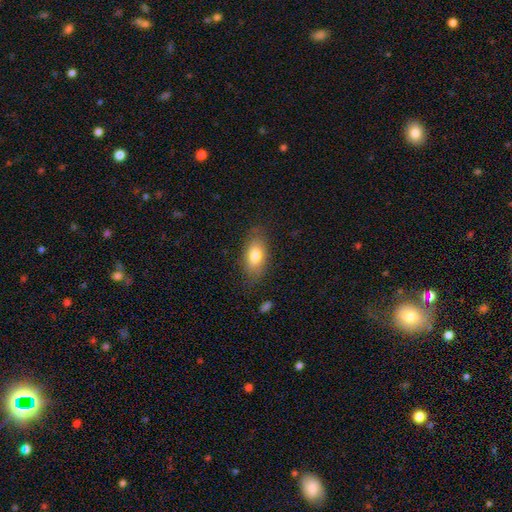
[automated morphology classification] smooth_or_featured: smooth (p=0.77) [alt: featured or disk p=0.15]
how_rounded: in between (p=0.87) [alt: cigar-shaped p=0.07]
merging: none (p=0.79) [alt: minor disturbance p=0.16]